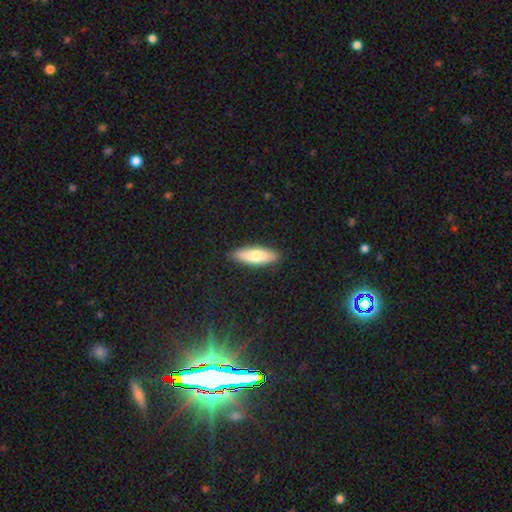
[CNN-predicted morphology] Smooth or featured? smooth (70%)
How rounded? in between (53%)
Merging? none (89%)